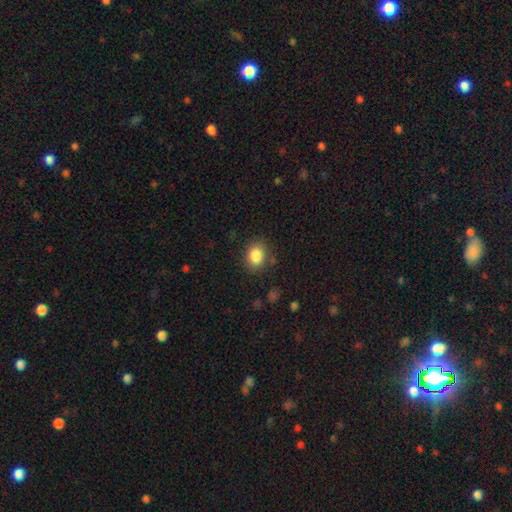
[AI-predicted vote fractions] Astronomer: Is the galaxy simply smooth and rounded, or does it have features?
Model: smooth — 86%.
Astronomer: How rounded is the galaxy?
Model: in between — 56% (runner-up: round, 43%).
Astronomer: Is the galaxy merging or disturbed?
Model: none — 79%.